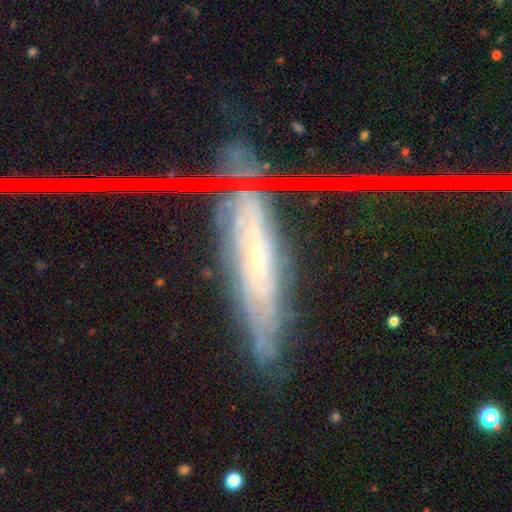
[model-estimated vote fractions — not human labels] This is likely a featured or disk galaxy (68%). It is likely viewed edge-on (68%). Merging: likely none (62%).